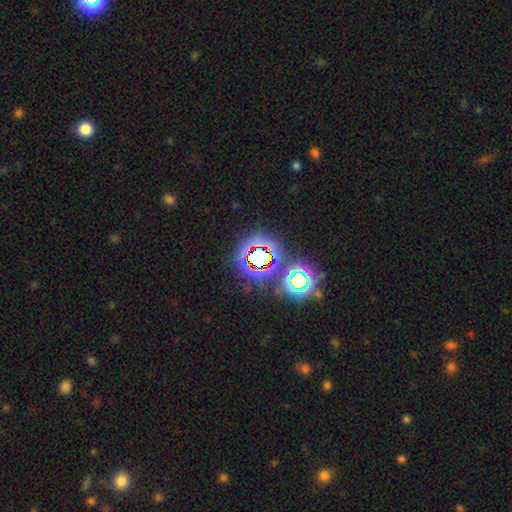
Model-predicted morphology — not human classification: Smooth or featured? star or artifact (69%)